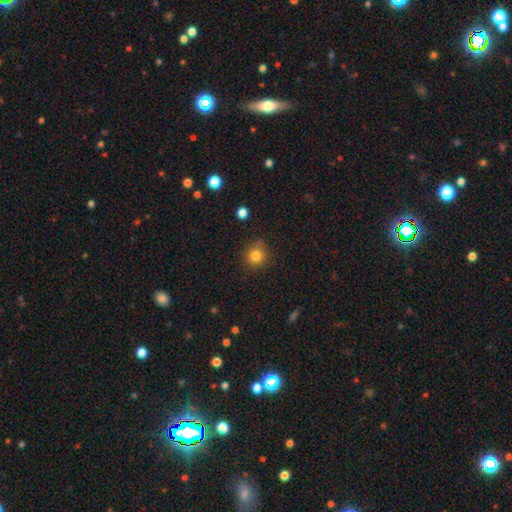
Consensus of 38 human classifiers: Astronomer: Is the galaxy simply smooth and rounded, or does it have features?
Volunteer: smooth — 82%.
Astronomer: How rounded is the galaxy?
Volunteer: round — 97%.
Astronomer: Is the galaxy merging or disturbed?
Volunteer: none — 81%.